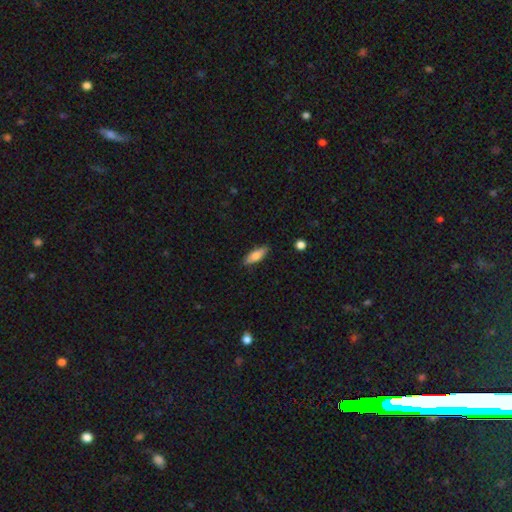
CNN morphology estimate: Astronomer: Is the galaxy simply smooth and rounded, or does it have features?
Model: smooth — 75%.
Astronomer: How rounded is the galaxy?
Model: in between — 62%.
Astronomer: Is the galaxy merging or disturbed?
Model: none — 86%.